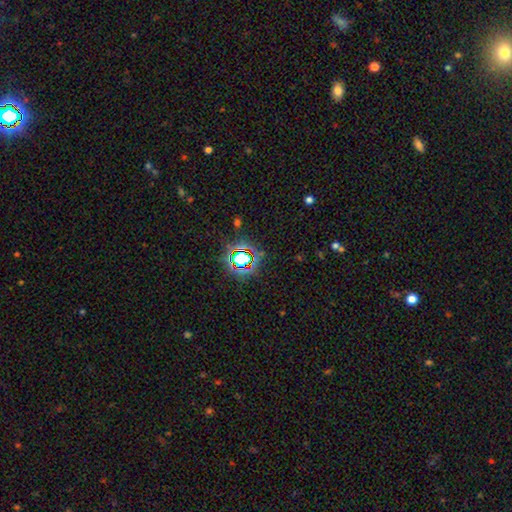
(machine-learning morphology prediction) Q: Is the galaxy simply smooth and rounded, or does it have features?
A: star or artifact — 76%.